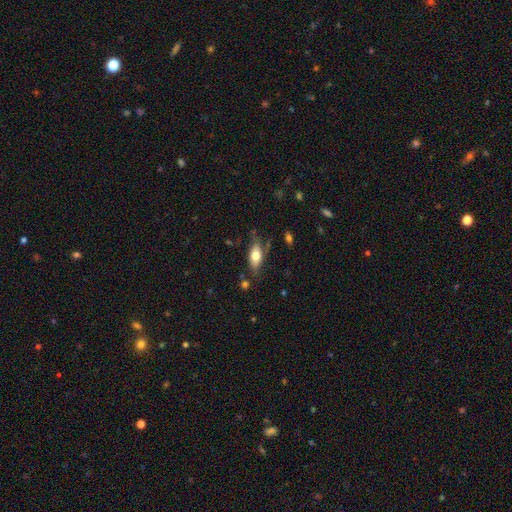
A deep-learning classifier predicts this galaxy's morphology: This is likely a smooth galaxy (65%). How rounded: likely in between (77%). Merging: likely none (66%).